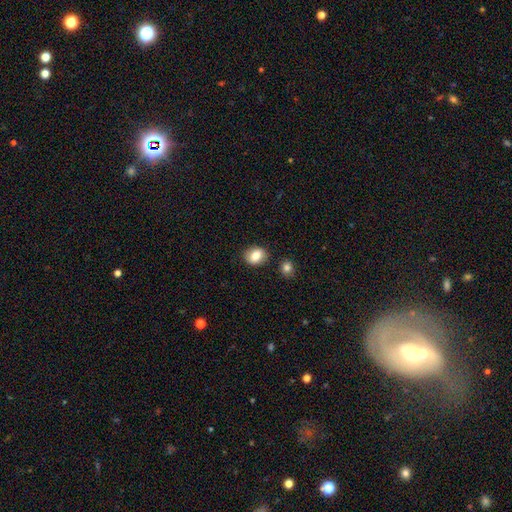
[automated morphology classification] This appears to be a smooth galaxy with no disk features (82%) that is in between round and cigar-shaped (50%). Merging: none (84%).